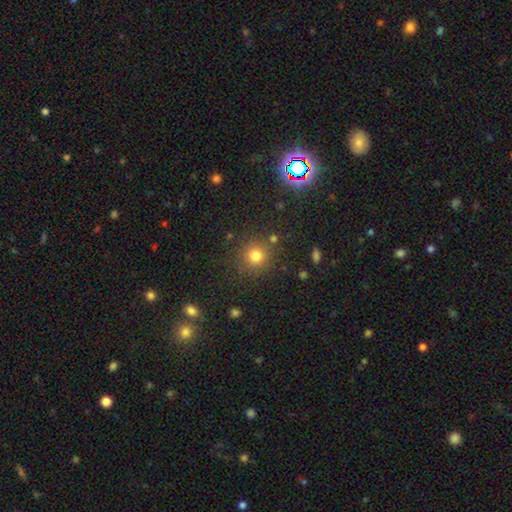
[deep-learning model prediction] Morphology: type=smooth (78%); roundness=round (92%); merging=none (84%).